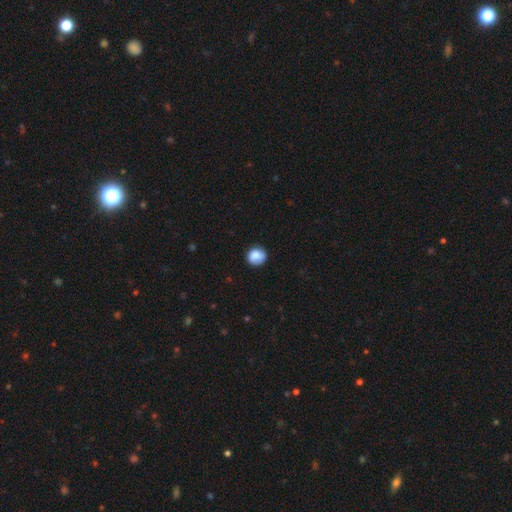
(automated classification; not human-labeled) Smooth or featured? Predicted: smooth (p=0.83). How rounded? Predicted: round (p=0.82). Merging? Predicted: none (p=0.79).